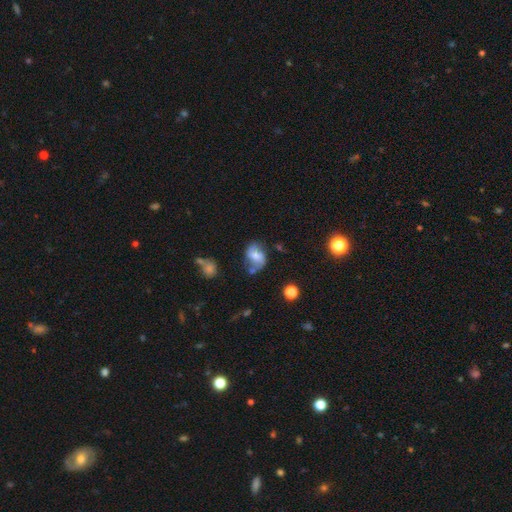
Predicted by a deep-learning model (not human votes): A featured or disk galaxy (60%) with a weak bar (45%), 2 (87%) loose (49%) spiral arms (86%) and a moderate central bulge (54%). Merging: none (60%).